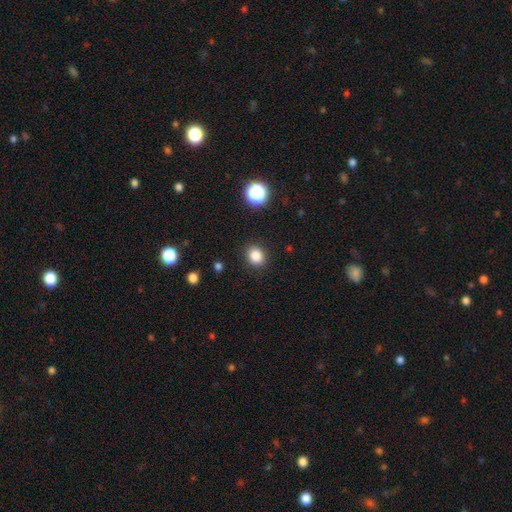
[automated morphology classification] smooth-or-featured: smooth: 84% | star or artifact: 12% | featured or disk: 4%
  how-rounded: round: 66% | in between: 33% | cigar-shaped: 1%
  merging: none: 89% | minor disturbance: 7% | major disturbance: 2% | merger: 1%